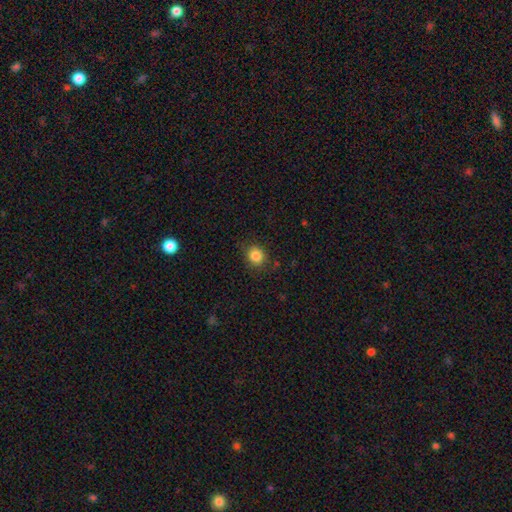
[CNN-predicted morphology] Smooth or featured? smooth (85%)
How rounded? round (82%)
Merging? none (85%)